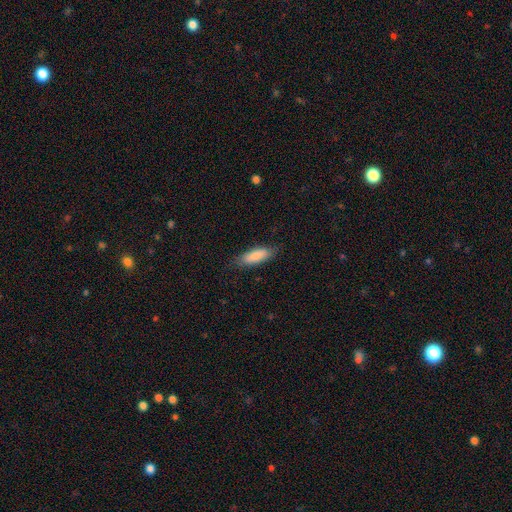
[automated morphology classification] smooth-or-featured: smooth: 83% | featured or disk: 11% | star or artifact: 6%
  how-rounded: in between: 61% | cigar-shaped: 38% | round: 2%
  merging: none: 80% | minor disturbance: 15% | major disturbance: 4% | merger: 1%